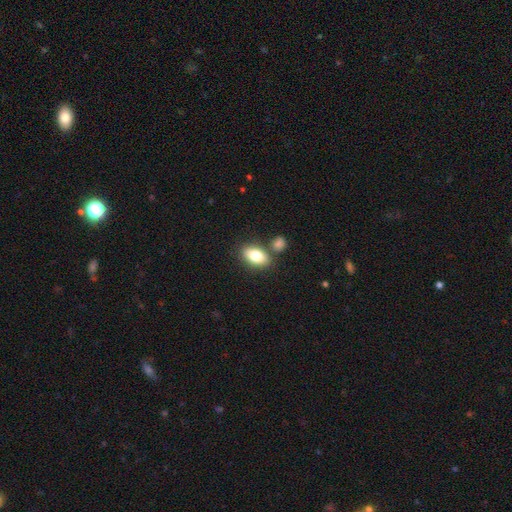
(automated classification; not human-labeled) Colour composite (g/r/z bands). It shows a smooth galaxy with no disk features (80%) that is in between round and cigar-shaped (89%). Merging: none (71%).